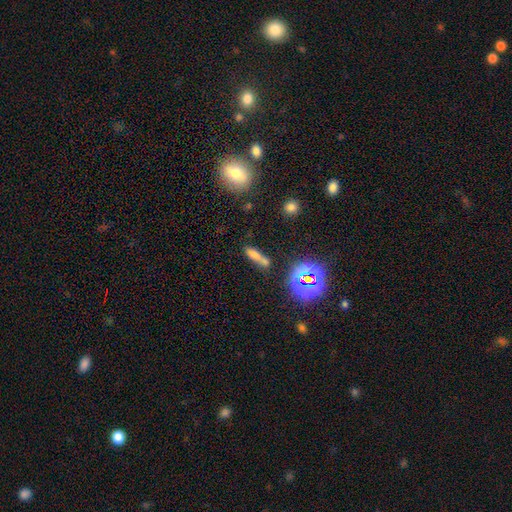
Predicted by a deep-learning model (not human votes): Overall: smooth (64%). How rounded: cigar-shaped (61%; in between 32%). Merging: none (48%; merger 31%).